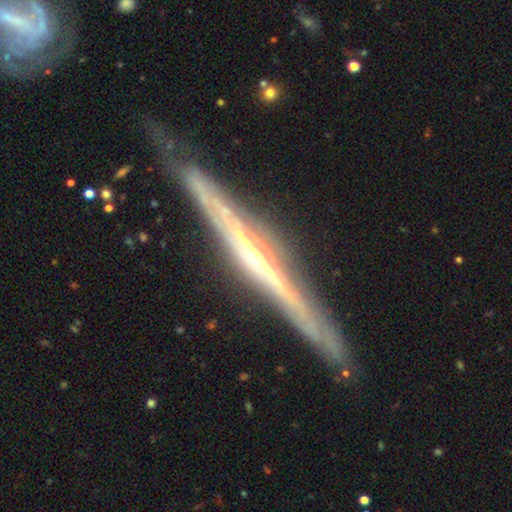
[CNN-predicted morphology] The model was most divided on "edge-on bulge": rounded: 68%, none: 25%, boxy: 7%. More confident: edge-on disk — yes (96%); smooth or featured — featured or disk (87%); merging — none (83%).